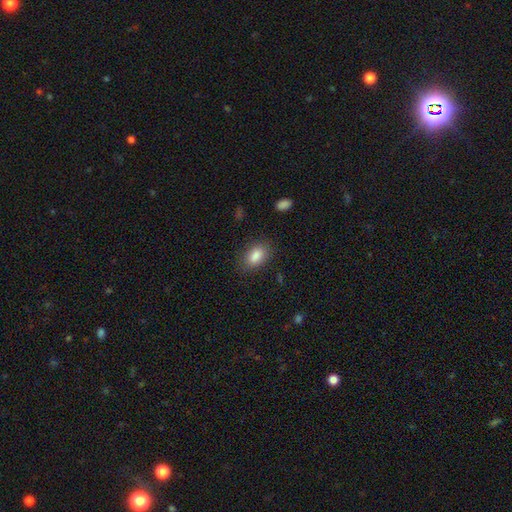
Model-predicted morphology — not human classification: Smooth or featured?
  - smooth: 86% *
  - star or artifact: 8%
  - featured or disk: 6%
How rounded?
  - in between: 88% *
  - round: 10%
  - cigar-shaped: 2%
Merging?
  - none: 83% *
  - minor disturbance: 12%
  - major disturbance: 4%
  - merger: 1%